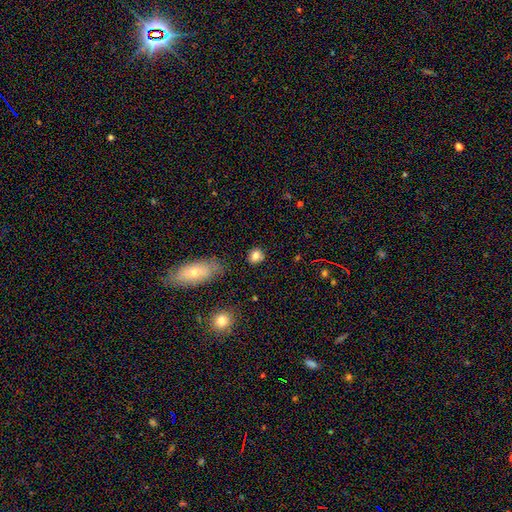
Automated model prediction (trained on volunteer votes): This appears to be a smooth galaxy with no disk features (80%) that is round (72%). Merging: none (80%).